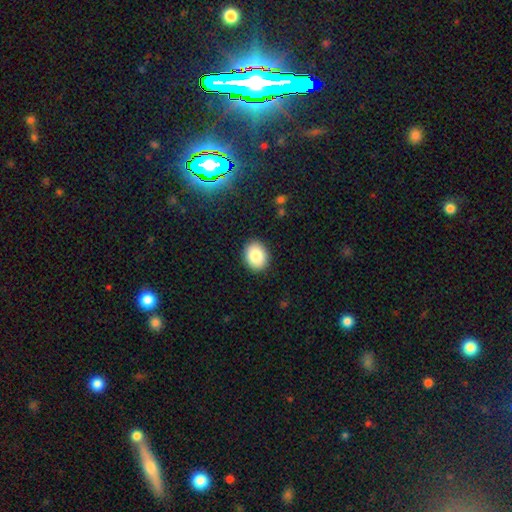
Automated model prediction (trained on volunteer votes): Smooth or featured? smooth (85%)
How rounded? in between (50%)
Merging? none (90%)